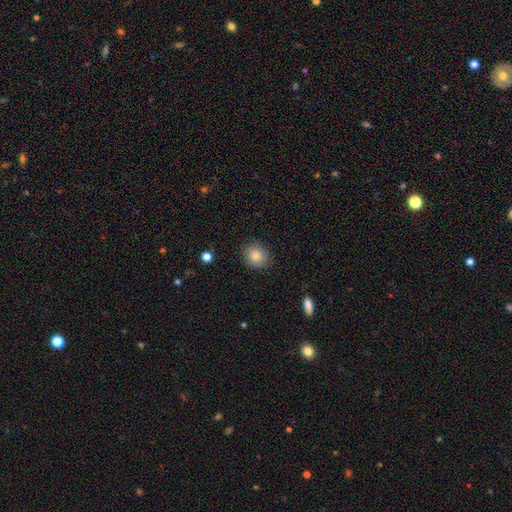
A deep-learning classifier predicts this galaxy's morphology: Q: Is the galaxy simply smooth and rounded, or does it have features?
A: smooth — 83%.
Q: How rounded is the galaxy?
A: round — 69%.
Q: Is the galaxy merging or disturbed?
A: none — 86%.